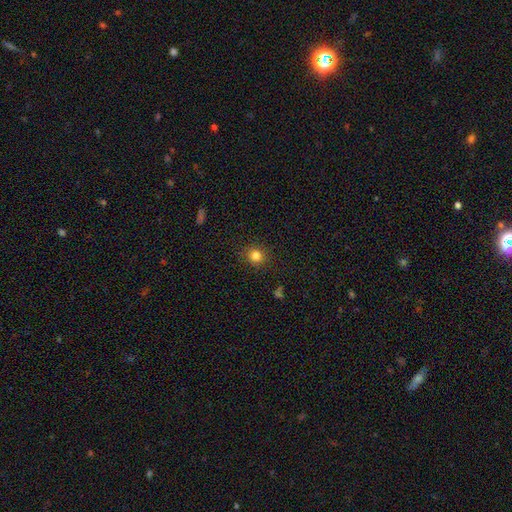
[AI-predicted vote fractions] A smooth galaxy with no disk features (82%) that is round (88%).

Vote fractions:
- Smooth or featured? smooth: 82% / star or artifact: 13% / featured or disk: 5%
- How rounded? round: 88% / in between: 11% / cigar-shaped: 1%
- Merging? none: 89% / minor disturbance: 7% / major disturbance: 3% / merger: 1%